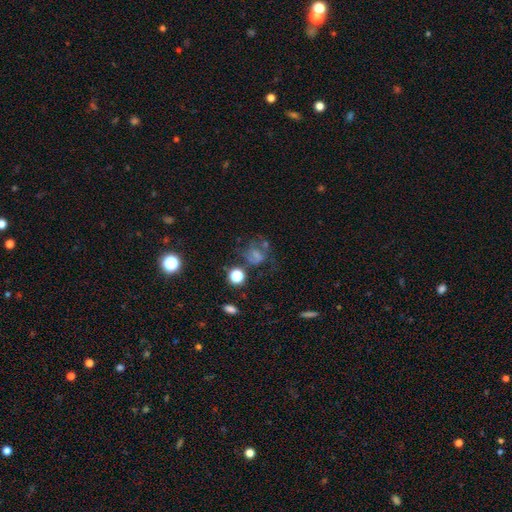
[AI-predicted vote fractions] smooth-or-featured: smooth: 42% | featured or disk: 35% | star or artifact: 23%
  merging: none: 39% | major disturbance: 29% | minor disturbance: 20% | merger: 12%